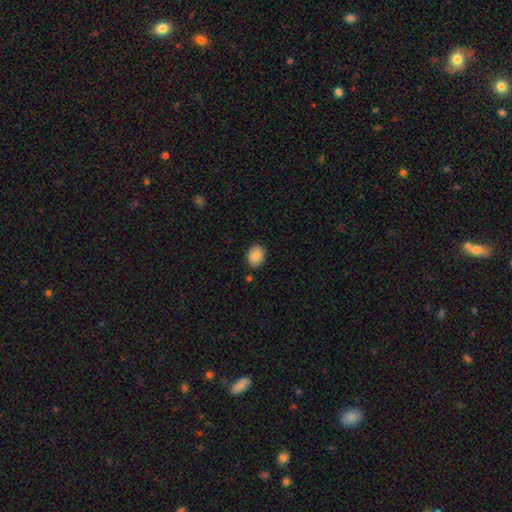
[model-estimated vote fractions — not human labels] Smooth or featured: smooth — 87% (star or artifact — 8%)
How rounded: round — 50% (in between — 49%)
Merging: none — 86% (minor disturbance — 9%)